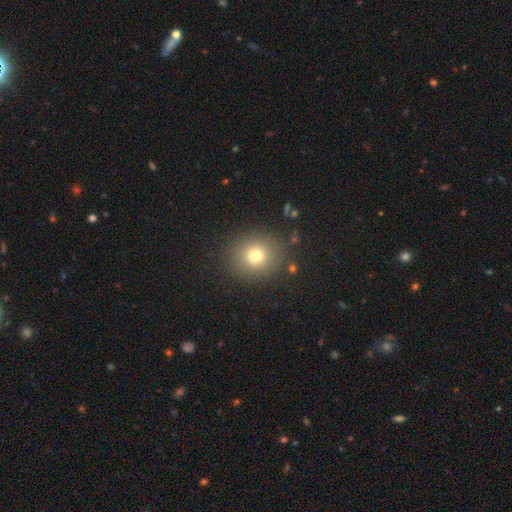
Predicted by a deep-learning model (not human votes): Smooth or featured?
  - smooth: 75% *
  - star or artifact: 15%
  - featured or disk: 10%
How rounded?
  - round: 86% *
  - in between: 13%
  - cigar-shaped: 1%
Merging?
  - none: 87% *
  - minor disturbance: 8%
  - major disturbance: 4%
  - merger: 2%